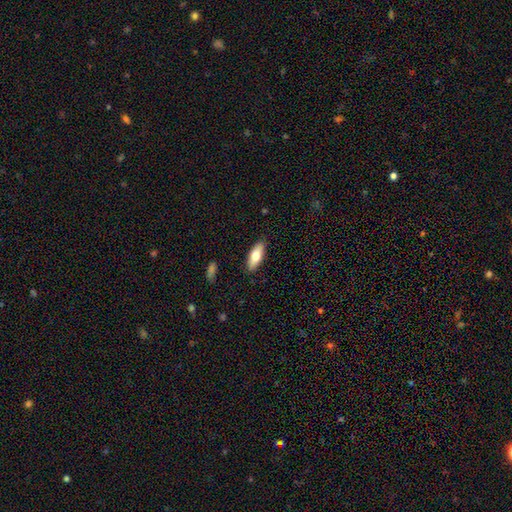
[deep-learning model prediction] smooth-or-featured: smooth: 68% | featured or disk: 26% | star or artifact: 6%
  how-rounded: in between: 70% | cigar-shaped: 28% | round: 2%
  merging: none: 88% | minor disturbance: 9% | major disturbance: 2% | merger: 1%